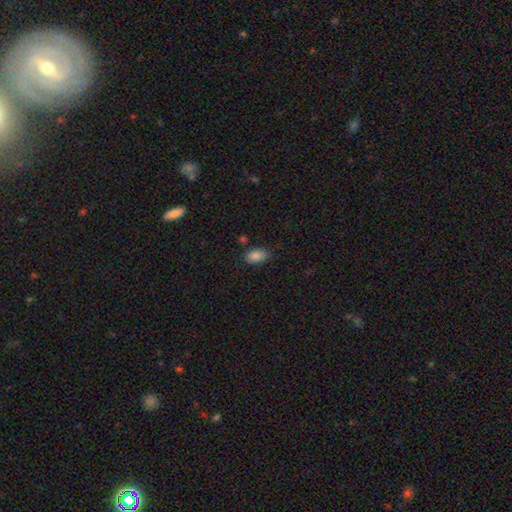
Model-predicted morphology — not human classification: A smooth galaxy with no disk features (85%) that is in between round and cigar-shaped (91%). Merging: none (79%).